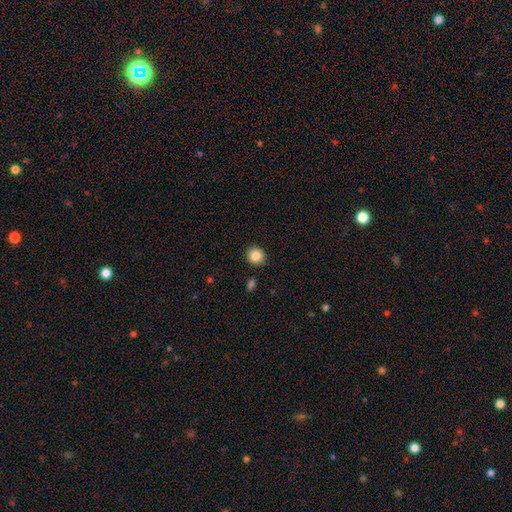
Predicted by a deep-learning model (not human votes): This is clearly a smooth galaxy (86%). How rounded: clearly round (87%). Merging: clearly none (89%).